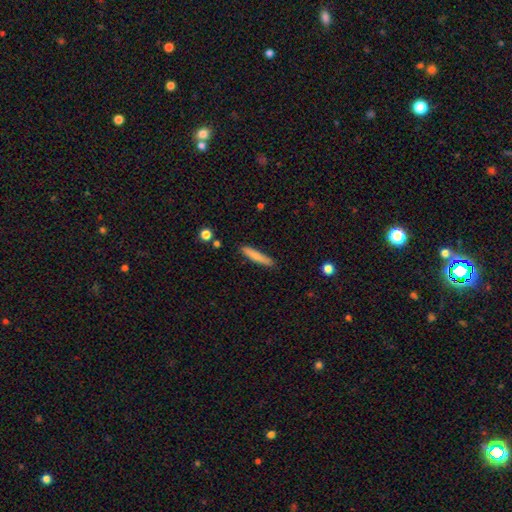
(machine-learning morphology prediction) smooth-or-featured: smooth: 79% | featured or disk: 15% | star or artifact: 6%
  how-rounded: cigar-shaped: 90% | in between: 8% | round: 1%
  merging: none: 85% | minor disturbance: 11% | major disturbance: 2% | merger: 2%